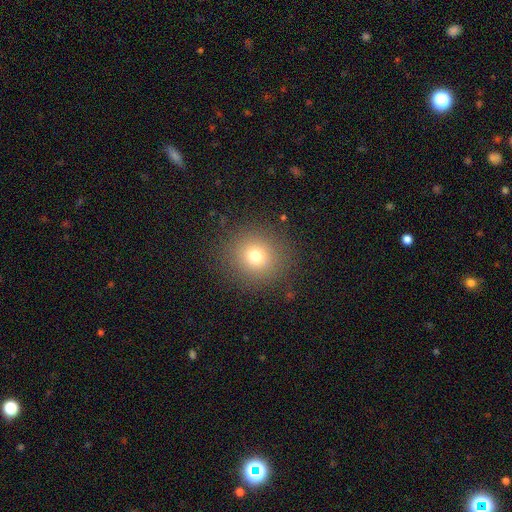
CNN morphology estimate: Smooth or featured? smooth (73%)
How rounded? round (90%)
Merging? none (87%)